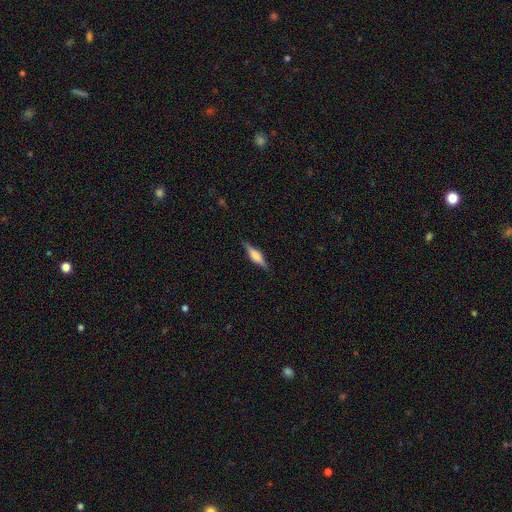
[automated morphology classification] Smooth or featured? Predicted: featured or disk (p=0.61). Edge-on disk? Predicted: yes (p=0.97). Edge-on bulge? Predicted: rounded (p=0.67). Merging? Predicted: none (p=0.88).